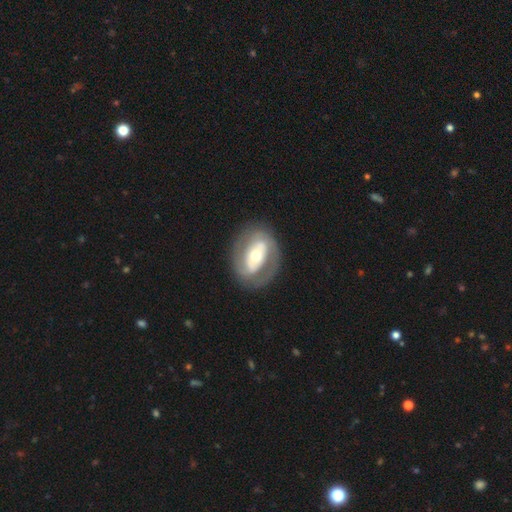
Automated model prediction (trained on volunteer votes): A featured or disk galaxy (70%) with no bar (38%), no spiral arms (50%, tied with yes) and a moderate central bulge (63%). Merging: none (79%).